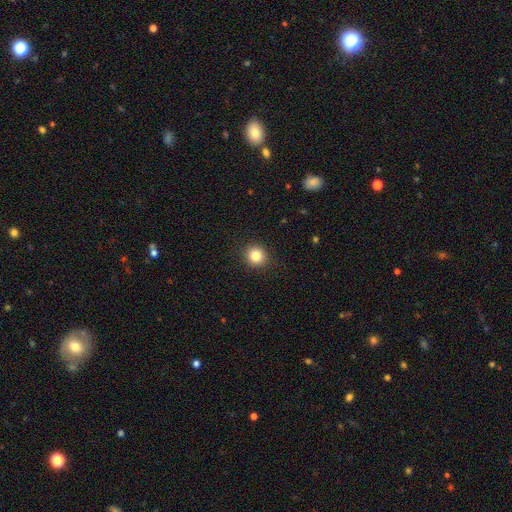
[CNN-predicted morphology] This appears to be a smooth galaxy with no disk features (83%) that is round (89%). Merging: none (91%).